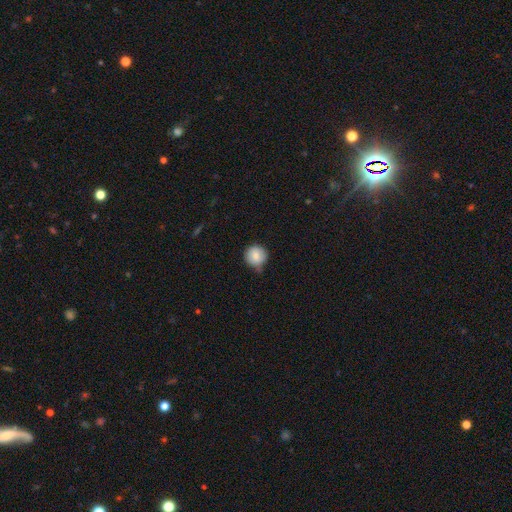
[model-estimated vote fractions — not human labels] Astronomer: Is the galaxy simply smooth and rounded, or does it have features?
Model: smooth — 82%.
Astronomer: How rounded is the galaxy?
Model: round — 93%.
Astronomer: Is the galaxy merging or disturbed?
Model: none — 66%.